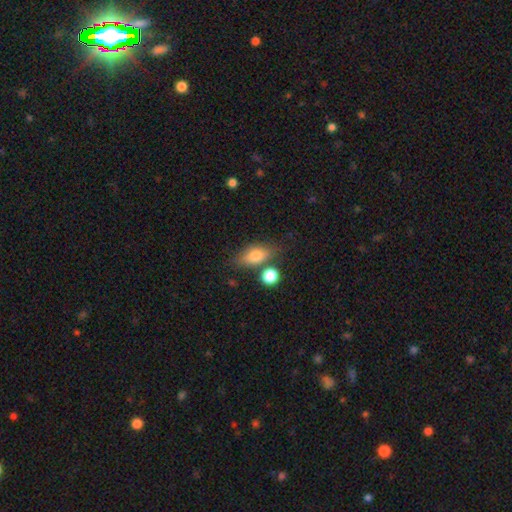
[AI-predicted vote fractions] Smooth or featured?
  - smooth: 75% *
  - featured or disk: 17%
  - star or artifact: 9%
How rounded?
  - in between: 79% *
  - round: 11%
  - cigar-shaped: 10%
Merging?
  - none: 64% *
  - minor disturbance: 18%
  - merger: 13%
  - major disturbance: 6%